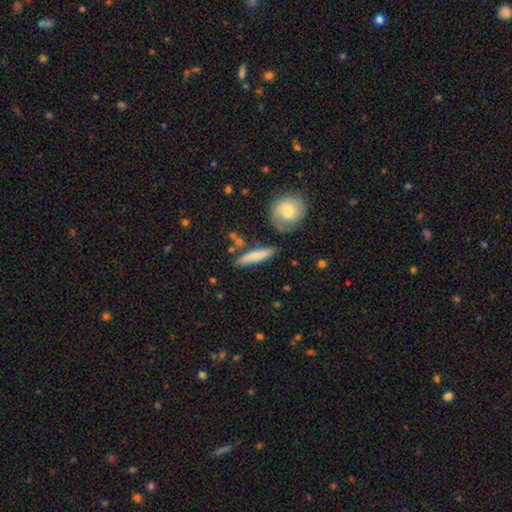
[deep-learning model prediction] Morphology: type=smooth (68%); roundness=cigar-shaped (81%); merging=none (75%).